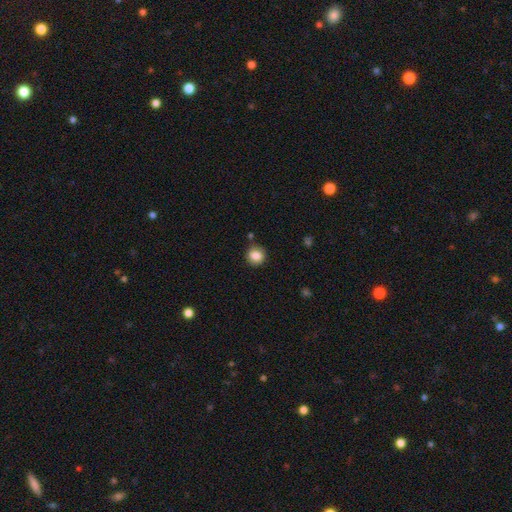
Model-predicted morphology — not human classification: Overall: smooth (85%). How rounded: round (85%). Merging: none (85%).